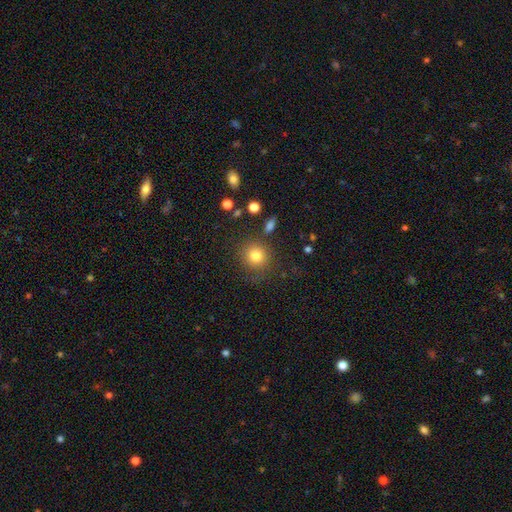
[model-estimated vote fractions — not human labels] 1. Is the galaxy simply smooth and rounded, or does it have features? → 81% smooth, 12% star or artifact, 8% featured or disk.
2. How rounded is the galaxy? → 89% round, 10% in between, 1% cigar-shaped.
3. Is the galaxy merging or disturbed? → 79% none, 12% minor disturbance, 5% major disturbance, 4% merger.